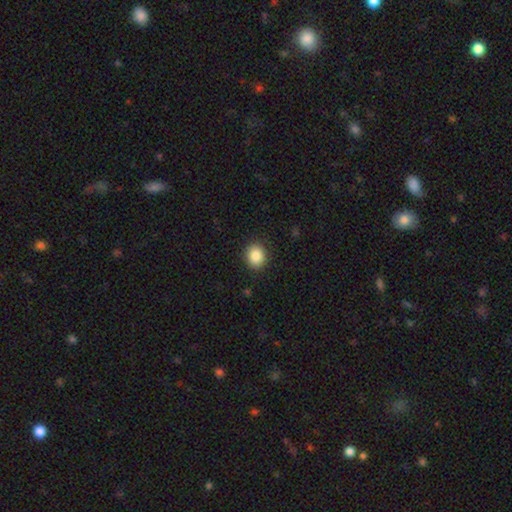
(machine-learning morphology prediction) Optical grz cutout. It shows a smooth galaxy with no disk features (87%) that is round (72%). Merging: none (89%).